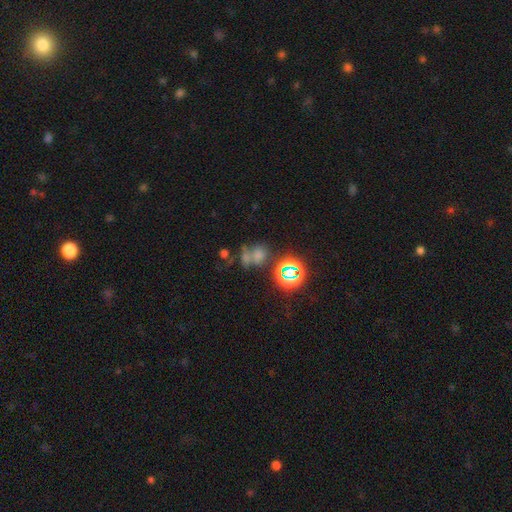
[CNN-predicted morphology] Smooth or featured: smooth — 49% (star or artifact — 36%)
Merging: merger — 40% (none — 38%)